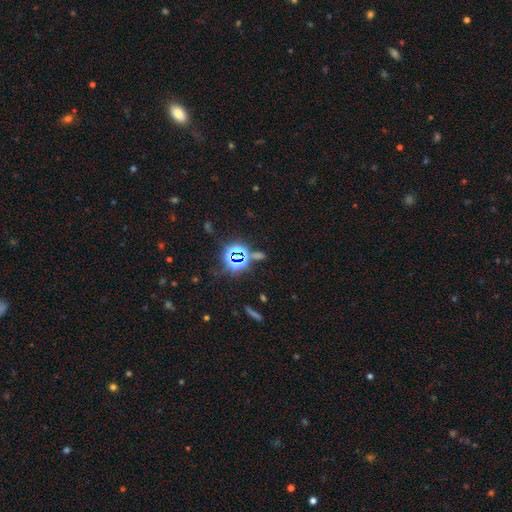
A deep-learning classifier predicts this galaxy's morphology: Smooth or featured?
  - star or artifact: 75% *
  - smooth: 16%
  - featured or disk: 9%